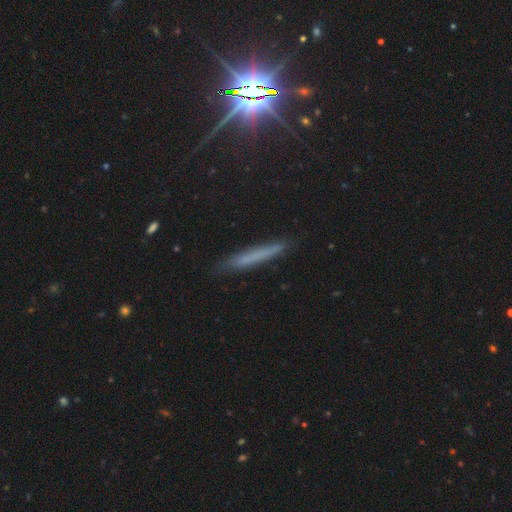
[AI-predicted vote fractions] Smooth or featured: smooth — 51% (featured or disk — 35%)
How rounded: cigar-shaped — 95% (in between — 3%)
Merging: none — 85% (minor disturbance — 12%)